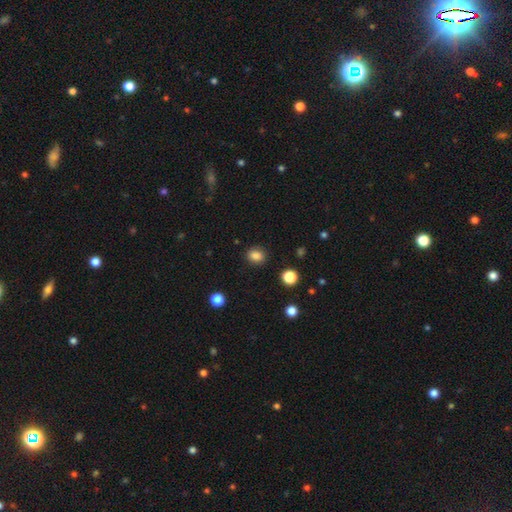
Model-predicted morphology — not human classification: Q: Smooth or featured?
A: smooth (85%); runner-up: star or artifact (11%)
Q: How rounded?
A: round (56%); runner-up: in between (43%)
Q: Merging?
A: none (88%); runner-up: minor disturbance (8%)